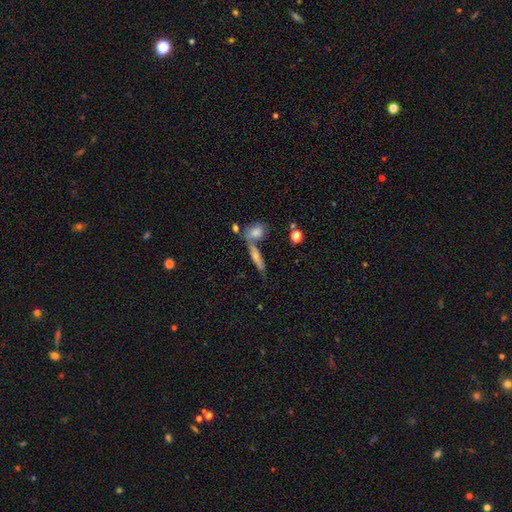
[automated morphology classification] Smooth or featured? featured or disk (45%)
Merging? none (57%)